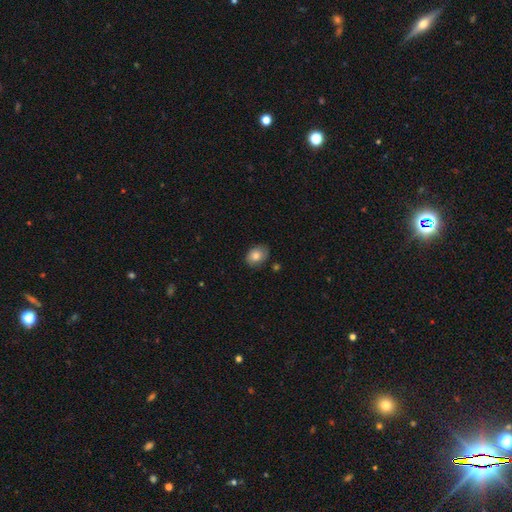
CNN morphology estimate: The model was most divided on "how rounded": in between: 66%, round: 33%, cigar-shaped: 1%. More confident: smooth or featured — smooth (80%); merging — none (77%).